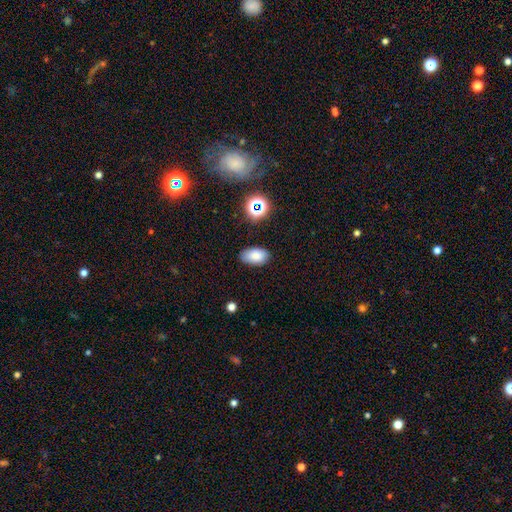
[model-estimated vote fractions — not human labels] The model was most divided on "smooth or featured": smooth: 82%, star or artifact: 11%, featured or disk: 7%. More confident: how rounded — in between (93%); merging — none (83%).